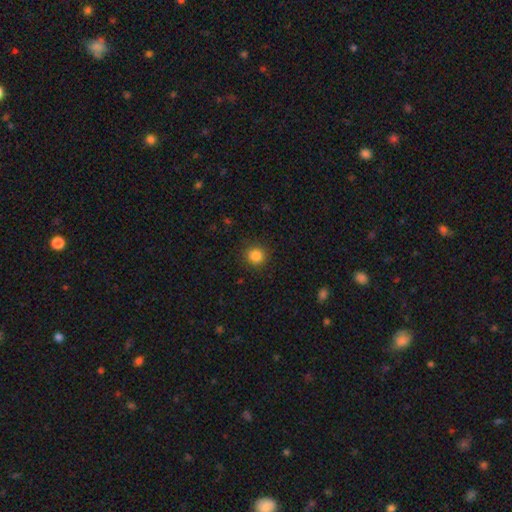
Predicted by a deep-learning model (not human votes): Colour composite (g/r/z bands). It shows a smooth galaxy with no disk features (85%) that is round (89%). Merging: none (90%).